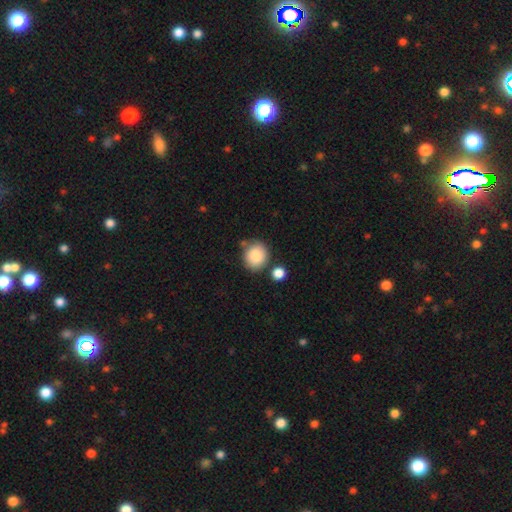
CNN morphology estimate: This appears to be a smooth galaxy with no disk features (87%) that is round (78%). Merging: none (72%).